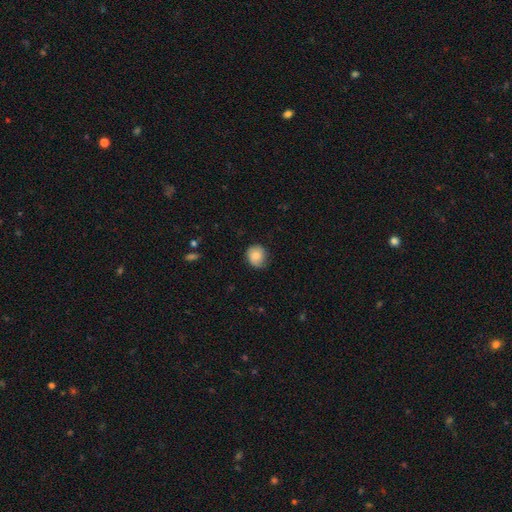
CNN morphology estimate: This is clearly a smooth galaxy (80%). How rounded: likely round (80%). Merging: likely none (76%).